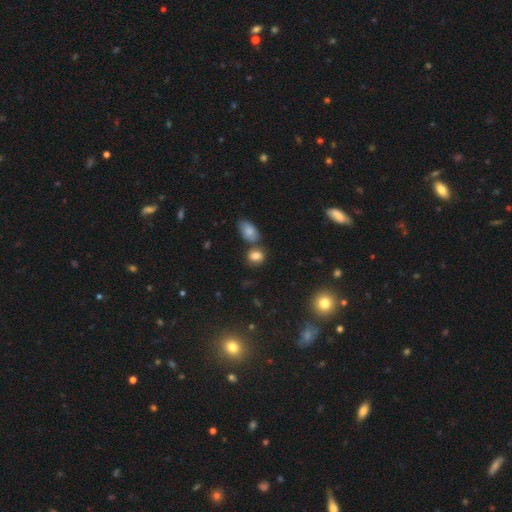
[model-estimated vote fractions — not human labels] This appears to be a smooth galaxy with no disk features (81%) that is in between round and cigar-shaped (50%). Merging: none (61%).